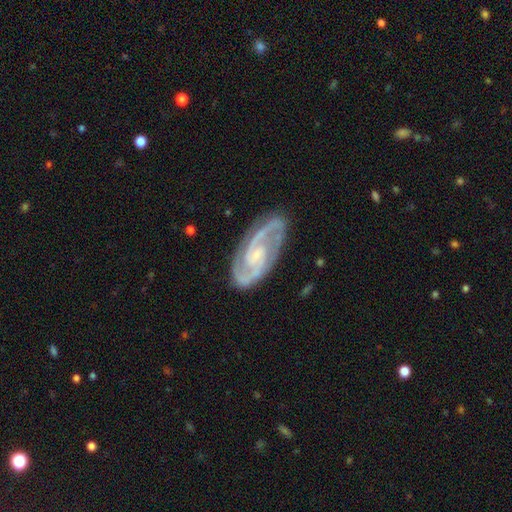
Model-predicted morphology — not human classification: Smooth or featured: featured or disk — 90% (smooth — 5%)
Edge-on disk: no — 96% (yes — 4%)
Bar: no — 47% (weak — 40%)
Spiral arms: yes — 98% (no — 2%)
Spiral winding: medium — 48% (tight — 43%)
Spiral arm count: 2 — 85% (3 — 6%)
Bulge size: small — 56% (moderate — 23%)
Merging: none — 82% (minor disturbance — 13%)